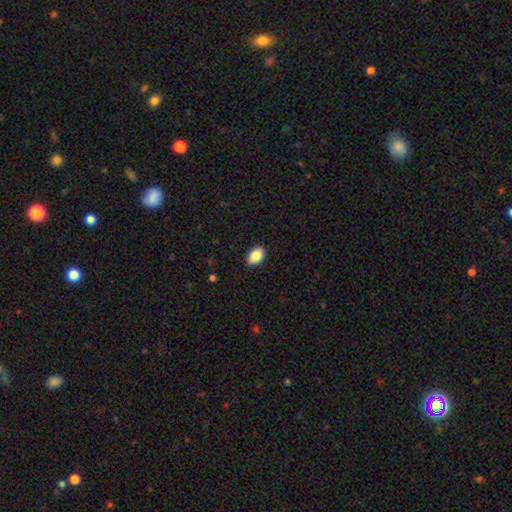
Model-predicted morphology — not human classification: smooth-or-featured: smooth: 87% | star or artifact: 7% | featured or disk: 6%
  how-rounded: in between: 88% | round: 10% | cigar-shaped: 1%
  merging: none: 87% | minor disturbance: 10% | major disturbance: 2% | merger: 1%